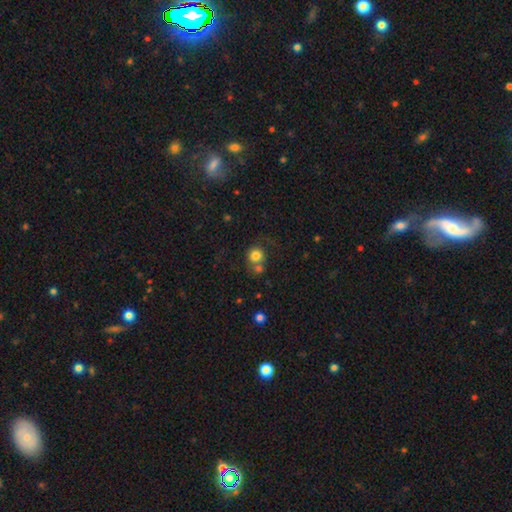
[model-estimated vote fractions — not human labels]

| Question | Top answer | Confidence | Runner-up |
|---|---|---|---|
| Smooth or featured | smooth | 79% | star or artifact (11%) |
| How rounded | round | 88% | in between (11%) |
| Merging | none | 50% | merger (33%) |